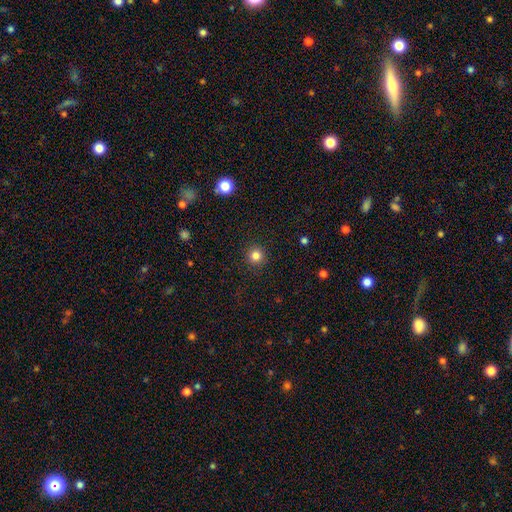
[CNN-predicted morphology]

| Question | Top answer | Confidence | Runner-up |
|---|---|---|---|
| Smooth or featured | smooth | 83% | star or artifact (12%) |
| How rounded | round | 95% | in between (4%) |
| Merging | none | 92% | minor disturbance (5%) |